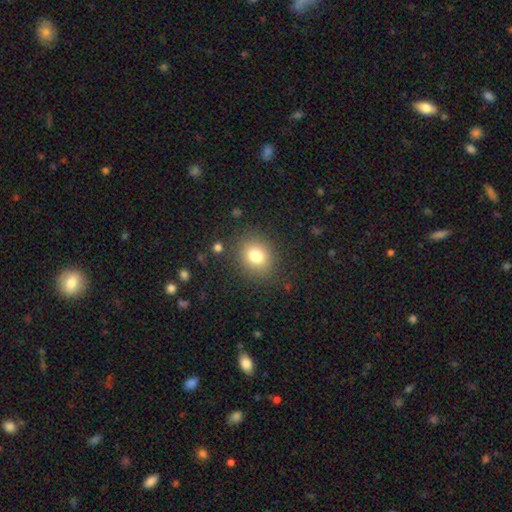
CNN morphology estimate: Smooth or featured?
  - smooth: 78% *
  - star or artifact: 12%
  - featured or disk: 9%
How rounded?
  - round: 67% *
  - in between: 32%
  - cigar-shaped: 1%
Merging?
  - none: 85% *
  - minor disturbance: 9%
  - major disturbance: 4%
  - merger: 2%